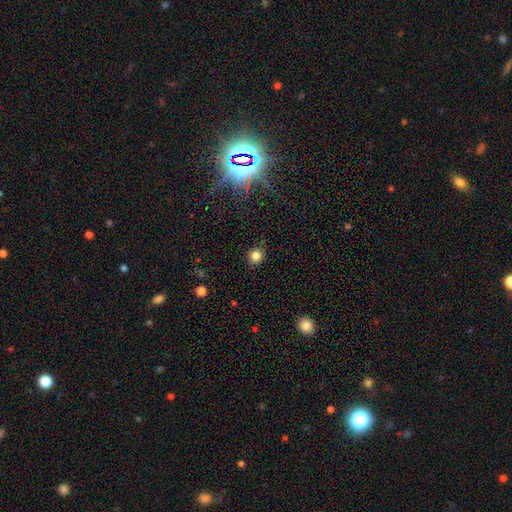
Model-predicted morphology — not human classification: A smooth galaxy with no disk features (82%) that is round (92%). Merging: none (91%).